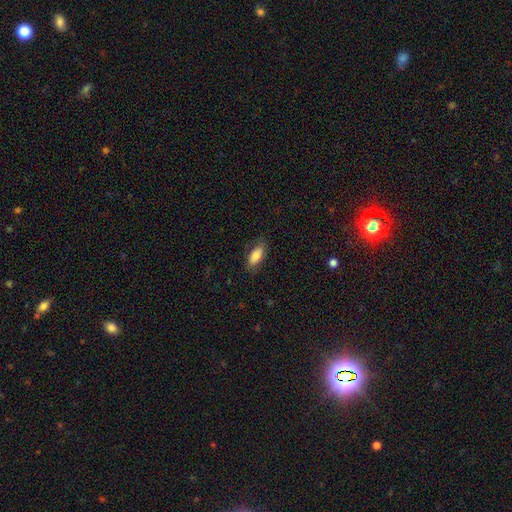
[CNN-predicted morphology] Smooth or featured? Predicted: smooth (p=0.82). How rounded? Predicted: in between (p=0.83). Merging? Predicted: none (p=0.80).